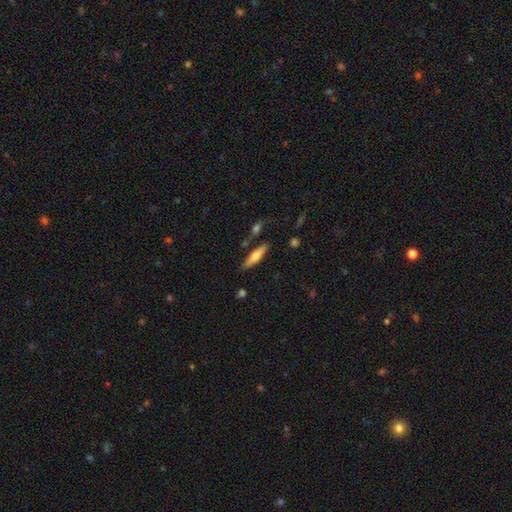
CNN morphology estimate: Smooth or featured?
  - smooth: 57% *
  - featured or disk: 37%
  - star or artifact: 6%
How rounded?
  - cigar-shaped: 74% *
  - in between: 24%
  - round: 2%
Merging?
  - none: 75% *
  - minor disturbance: 14%
  - merger: 7%
  - major disturbance: 4%